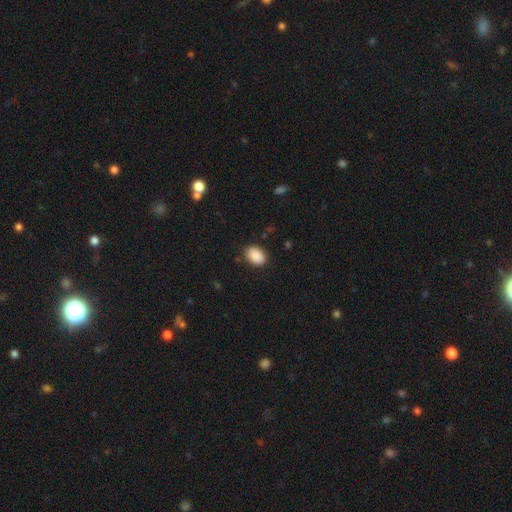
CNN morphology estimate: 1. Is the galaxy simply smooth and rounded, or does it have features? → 90% smooth, 7% star or artifact, 3% featured or disk.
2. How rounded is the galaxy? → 82% in between, 17% round, 1% cigar-shaped.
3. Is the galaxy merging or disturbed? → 86% none, 10% minor disturbance, 3% major disturbance, 1% merger.